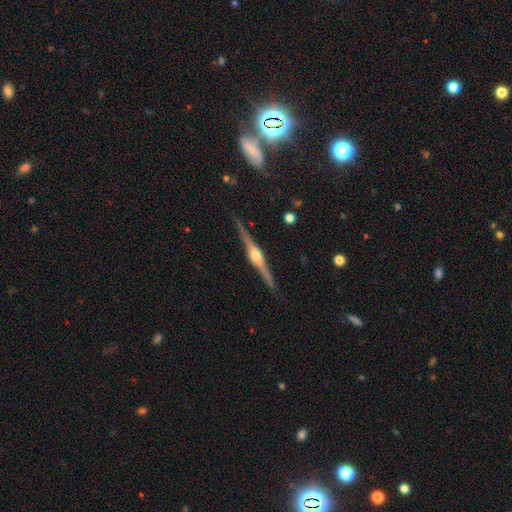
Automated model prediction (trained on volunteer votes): This is clearly a featured or disk galaxy (87%). It is clearly viewed edge-on (98%). Edge-on bulge: clearly rounded (91%). Merging: clearly none (90%).